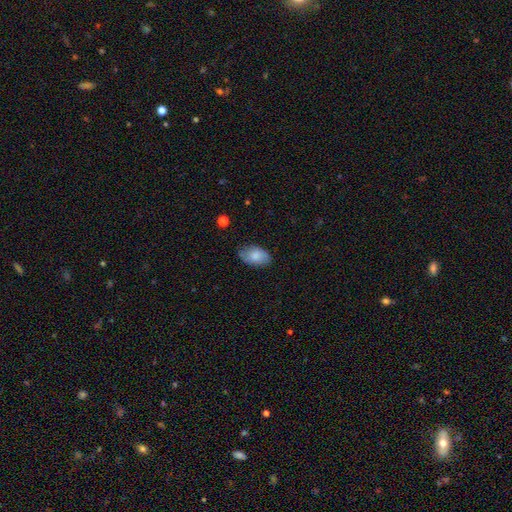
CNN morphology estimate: This is clearly a smooth galaxy (82%). How rounded: clearly in between (92%). Merging: likely none (79%).